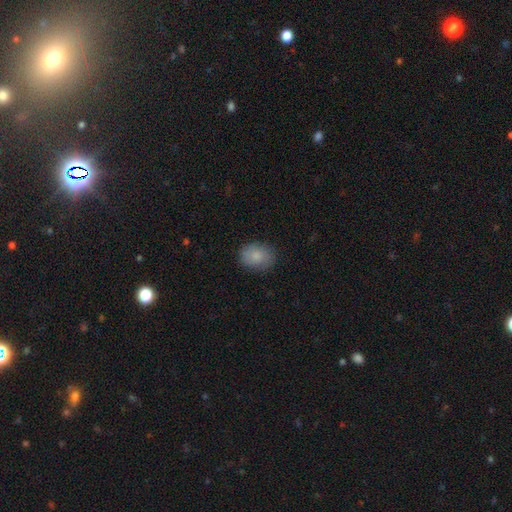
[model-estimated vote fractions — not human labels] Smooth or featured?
  - smooth: 85% *
  - featured or disk: 7%
  - star or artifact: 7%
How rounded?
  - in between: 65% *
  - round: 34%
  - cigar-shaped: 1%
Merging?
  - none: 84% *
  - minor disturbance: 12%
  - major disturbance: 3%
  - merger: 1%